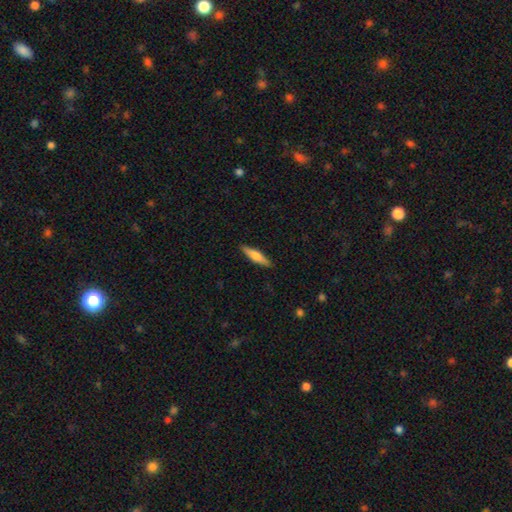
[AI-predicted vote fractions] smooth-or-featured: smooth: 59% | featured or disk: 35% | star or artifact: 6%
  how-rounded: cigar-shaped: 76% | in between: 23% | round: 2%
  merging: none: 90% | minor disturbance: 8% | major disturbance: 2% | merger: 1%